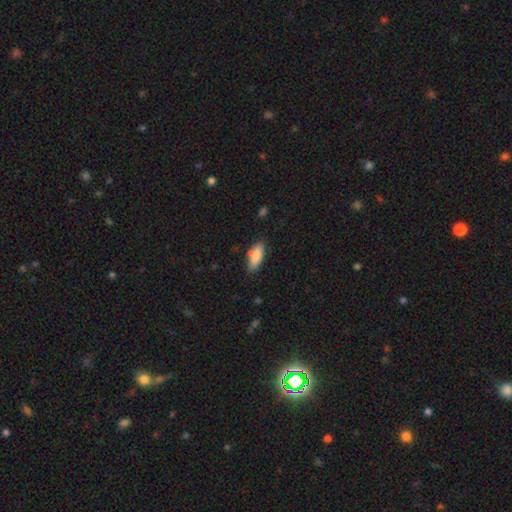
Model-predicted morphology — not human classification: The model was most divided on "how rounded": in between: 74%, cigar-shaped: 24%, round: 2%. More confident: smooth or featured — smooth (84%); merging — none (77%).